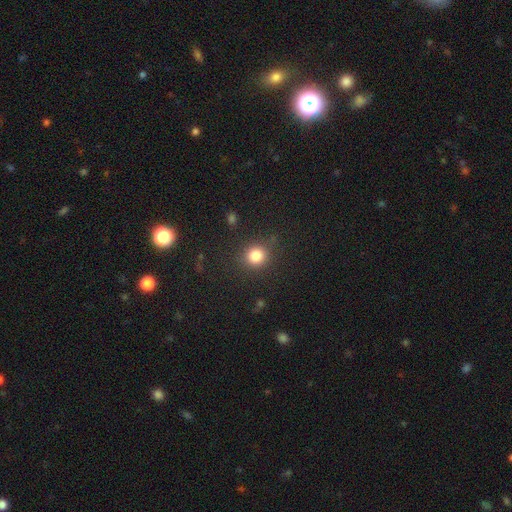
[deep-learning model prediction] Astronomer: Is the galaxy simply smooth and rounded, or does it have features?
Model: smooth — 83%.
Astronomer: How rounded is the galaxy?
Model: round — 88%.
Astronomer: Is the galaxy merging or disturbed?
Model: none — 85%.